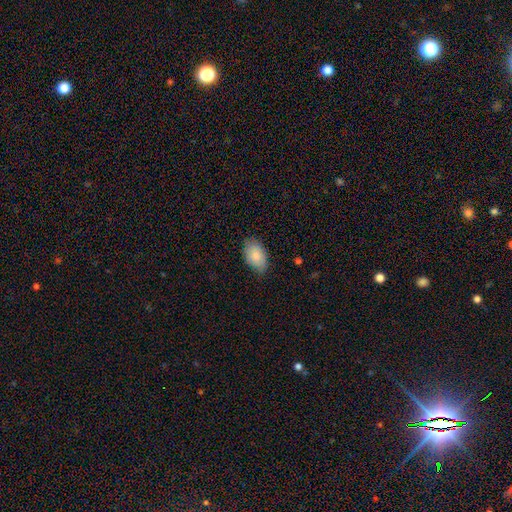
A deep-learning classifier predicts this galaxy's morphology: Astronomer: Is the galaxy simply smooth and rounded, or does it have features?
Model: smooth — 83%.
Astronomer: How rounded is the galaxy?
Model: in between — 92%.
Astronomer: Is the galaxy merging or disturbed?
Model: none — 74%.